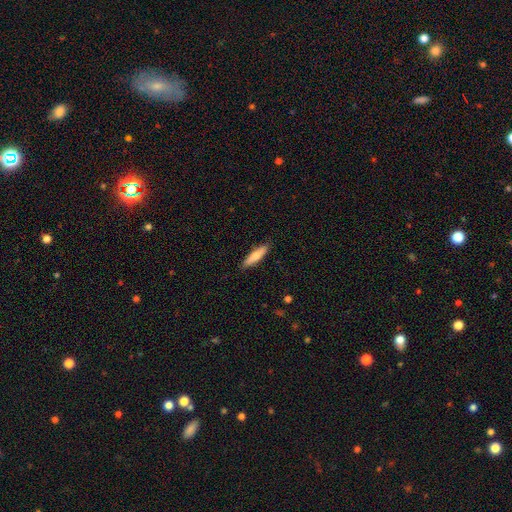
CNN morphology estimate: A smooth galaxy with no disk features (73%) that is cigar-shaped (75%).

Vote fractions:
- Smooth or featured? smooth: 73% / featured or disk: 22% / star or artifact: 6%
- How rounded? cigar-shaped: 75% / in between: 24% / round: 2%
- Merging? none: 87% / minor disturbance: 10% / major disturbance: 2% / merger: 1%